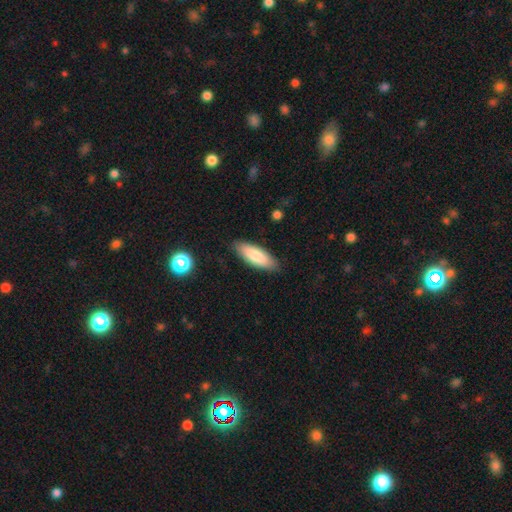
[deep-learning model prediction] A smooth galaxy with no disk features (80%) that is in between round and cigar-shaped (65%).

Vote fractions:
- Smooth or featured? smooth: 80% / featured or disk: 14% / star or artifact: 6%
- How rounded? in between: 65% / cigar-shaped: 33% / round: 2%
- Merging? none: 86% / minor disturbance: 11% / major disturbance: 2% / merger: 1%